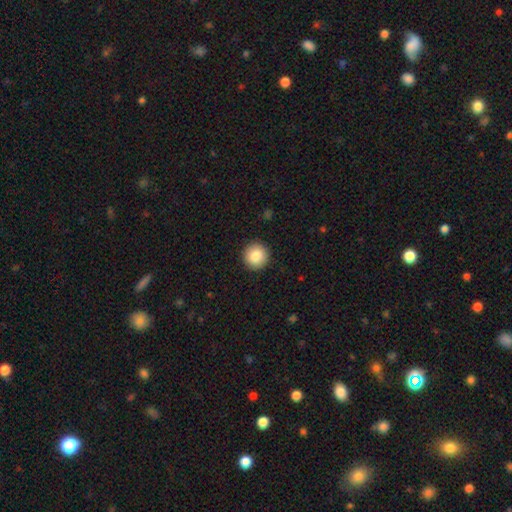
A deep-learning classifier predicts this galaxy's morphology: Q: Smooth or featured?
A: smooth (86%); runner-up: star or artifact (8%)
Q: How rounded?
A: round (94%); runner-up: in between (5%)
Q: Merging?
A: none (92%); runner-up: minor disturbance (5%)